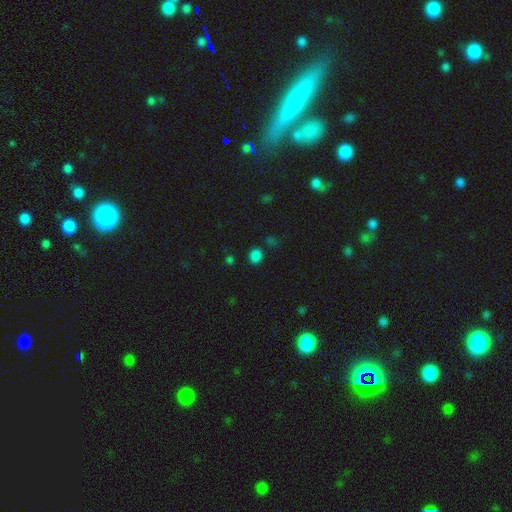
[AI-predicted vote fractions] smooth 81%, star or artifact 16%, featured or disk 3%. Down the decision tree: how rounded — round (74%); merging — none (84%).